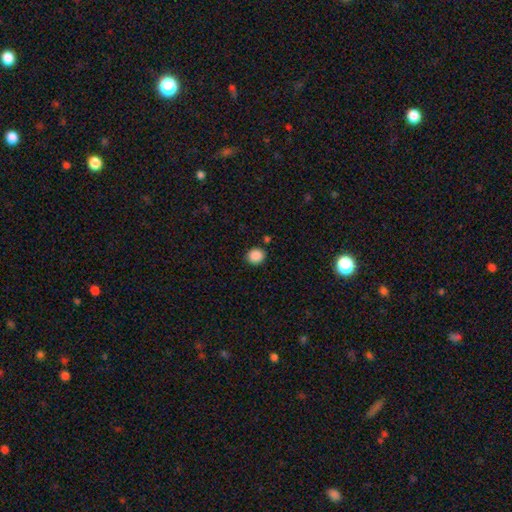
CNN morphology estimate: Smooth or featured: smooth — 88% (star or artifact — 9%)
How rounded: round — 74% (in between — 25%)
Merging: none — 86% (minor disturbance — 9%)